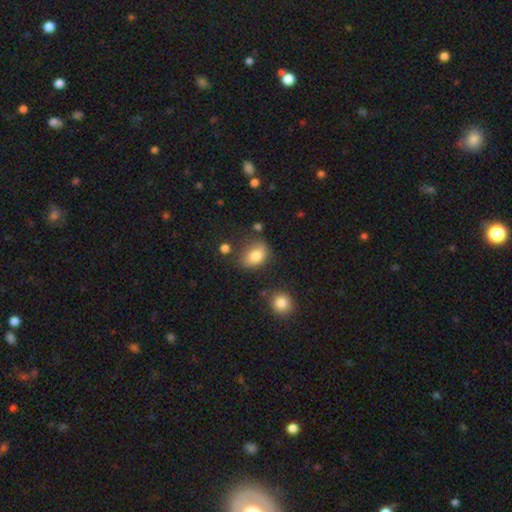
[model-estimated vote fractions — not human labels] Smooth or featured? Predicted: smooth (p=0.82). How rounded? Predicted: in between (p=0.75). Merging? Predicted: none (p=0.62).